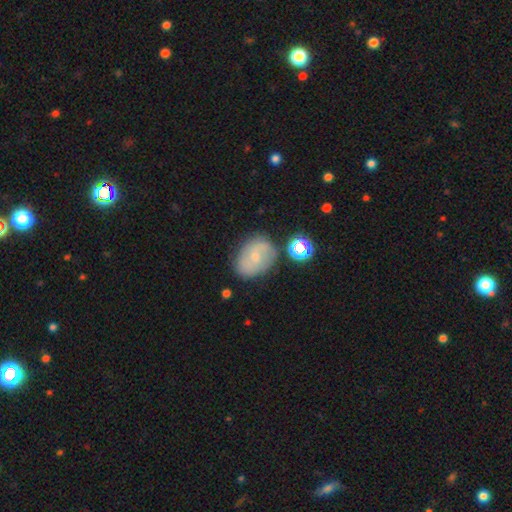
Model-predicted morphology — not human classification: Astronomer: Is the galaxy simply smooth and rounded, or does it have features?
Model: featured or disk — 49% (runner-up: smooth, 39%).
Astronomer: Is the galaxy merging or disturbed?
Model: none — 68%.